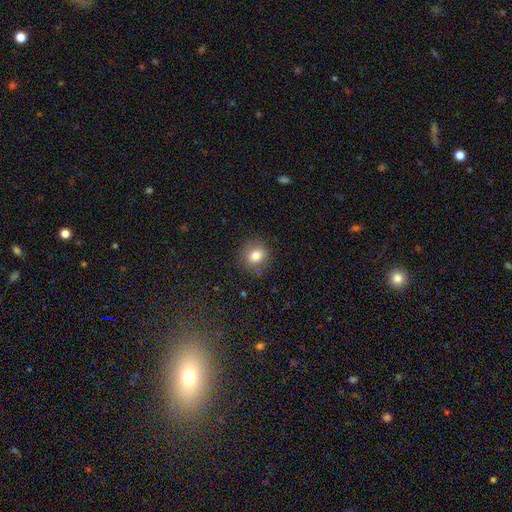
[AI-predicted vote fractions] smooth 81%, star or artifact 11%, featured or disk 8%. Down the decision tree: how rounded — round (82%); merging — none (85%).